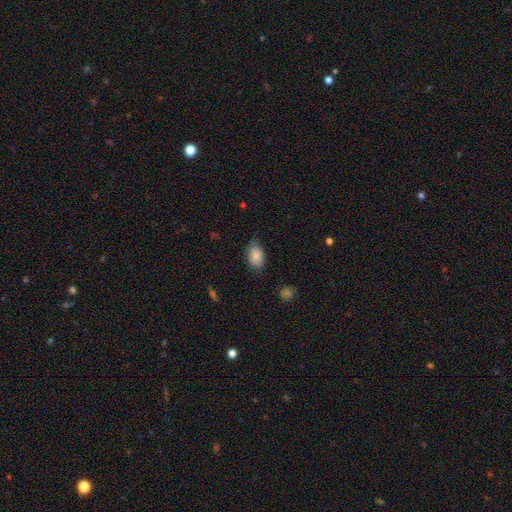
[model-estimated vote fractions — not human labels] The model was most divided on "merging": none: 71%, minor disturbance: 24%, major disturbance: 4%, merger: 1%. More confident: how rounded — in between (88%); smooth or featured — smooth (85%).